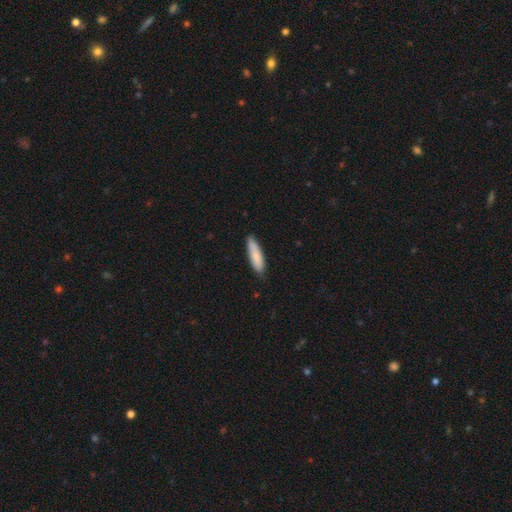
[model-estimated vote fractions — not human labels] Smooth or featured? Predicted: smooth (p=0.85). How rounded? Predicted: cigar-shaped (p=0.66). Merging? Predicted: none (p=0.82).